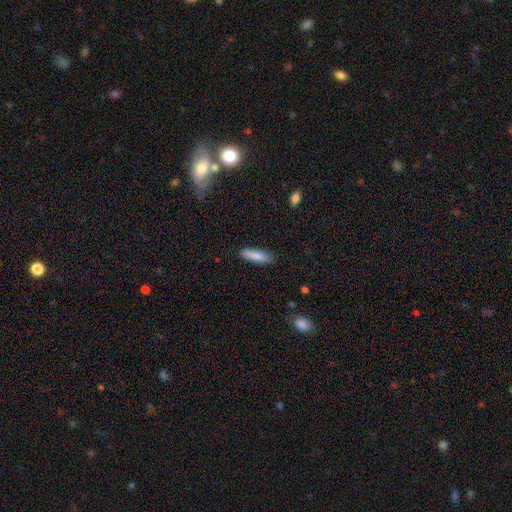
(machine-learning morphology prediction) Smooth or featured: smooth — 85% (featured or disk — 9%)
How rounded: cigar-shaped — 64% (in between — 34%)
Merging: none — 84% (minor disturbance — 13%)